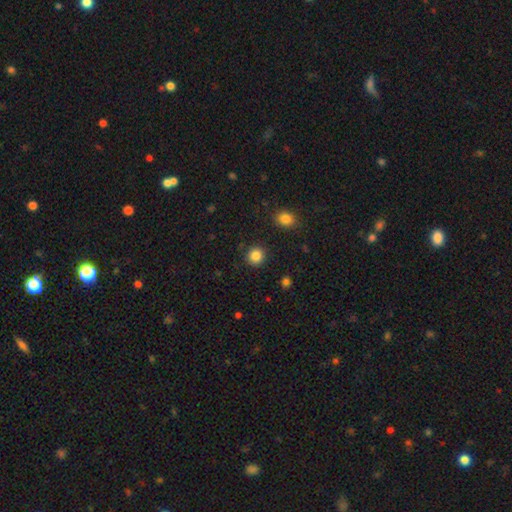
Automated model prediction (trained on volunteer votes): smooth 85%, star or artifact 10%, featured or disk 4%. Down the decision tree: how rounded — round (91%); merging — none (90%).